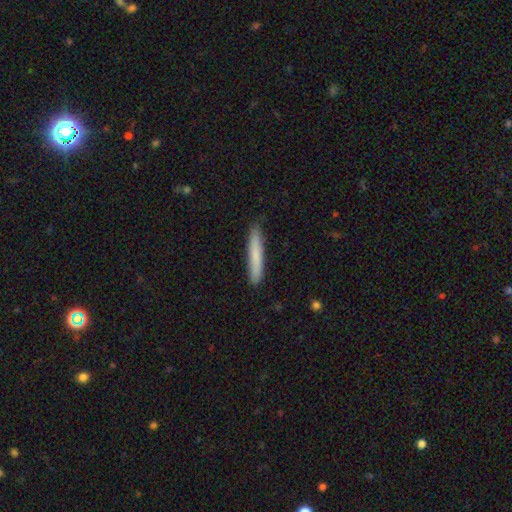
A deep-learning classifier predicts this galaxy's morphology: Overall: smooth (77%). How rounded: cigar-shaped (95%). Merging: none (87%).